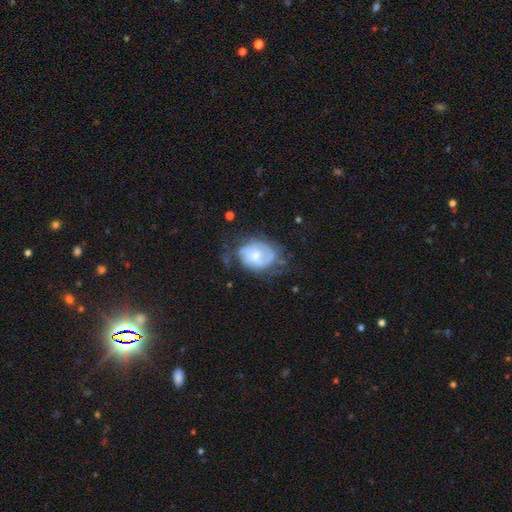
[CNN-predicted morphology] A featured or disk galaxy (63%) with no bar (52%), spiral arms (71%) and a moderate central bulge (52%). Merging: none (44%).